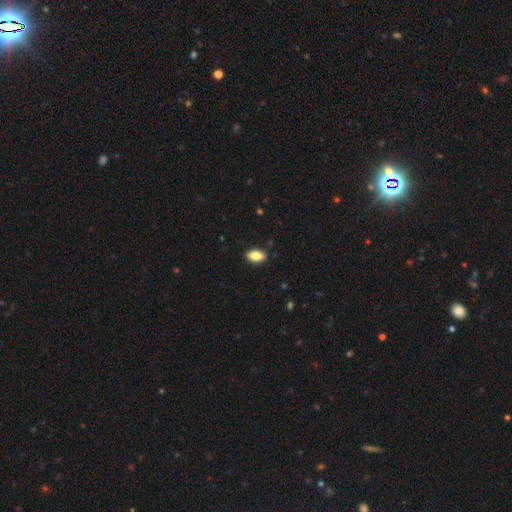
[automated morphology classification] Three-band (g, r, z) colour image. It shows a smooth galaxy with no disk features (80%) that is in between round and cigar-shaped (91%). Merging: none (88%).